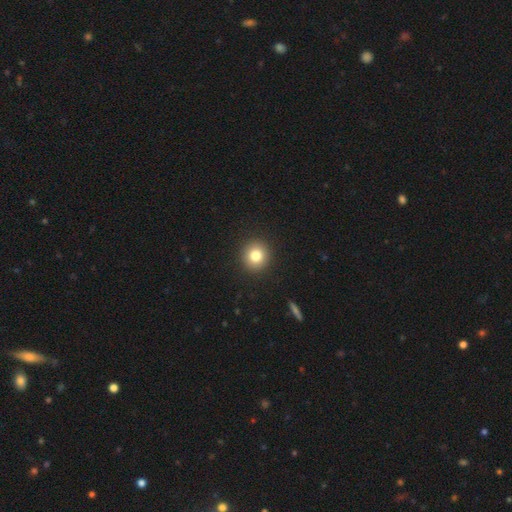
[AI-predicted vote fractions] A smooth galaxy with no disk features (81%) that is round (93%). Merging: none (93%).